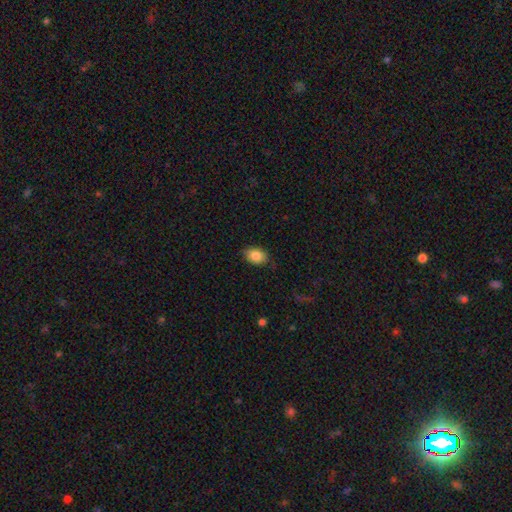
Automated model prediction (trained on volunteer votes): This is clearly a smooth galaxy (86%). How rounded: likely in between (80%). Merging: clearly none (83%).